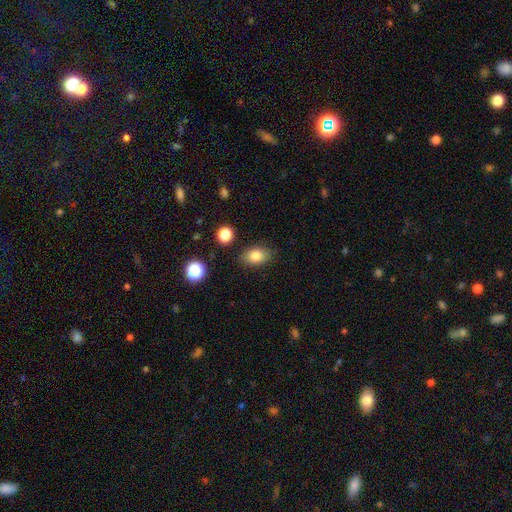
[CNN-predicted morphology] This appears to be a smooth galaxy with no disk features (82%) that is in between round and cigar-shaped (79%). Merging: none (84%).